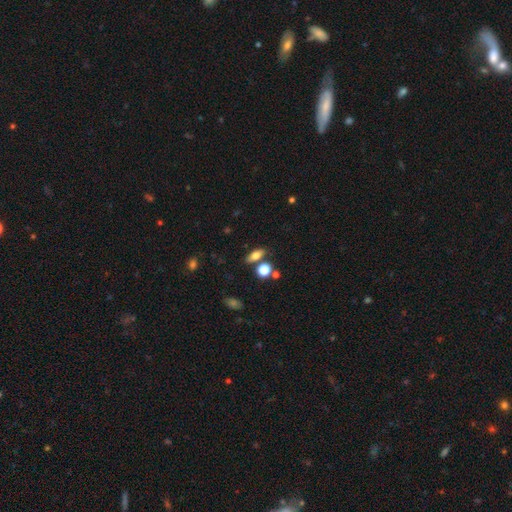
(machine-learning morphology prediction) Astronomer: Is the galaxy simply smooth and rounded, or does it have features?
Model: smooth — 72%.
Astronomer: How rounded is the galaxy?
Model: in between — 69%.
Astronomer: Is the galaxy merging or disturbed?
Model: none — 74%.